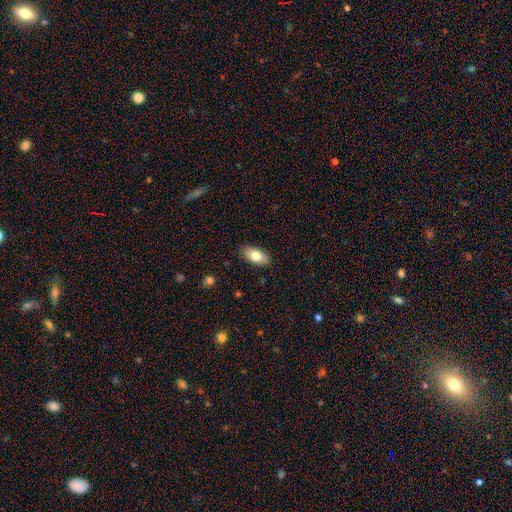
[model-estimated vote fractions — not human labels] A smooth galaxy with no disk features (77%) that is in between round and cigar-shaped (91%). Merging: none (88%).